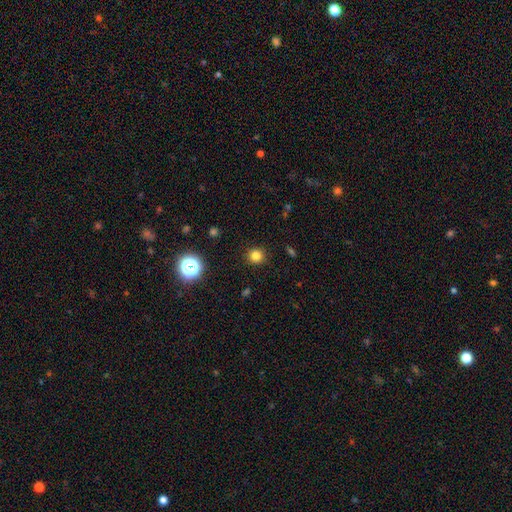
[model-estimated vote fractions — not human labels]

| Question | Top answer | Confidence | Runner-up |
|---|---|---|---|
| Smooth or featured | smooth | 80% | star or artifact (15%) |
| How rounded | round | 91% | in between (8%) |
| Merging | none | 91% | minor disturbance (6%) |